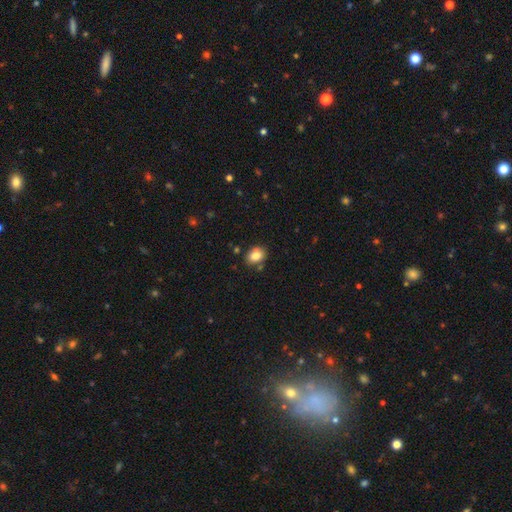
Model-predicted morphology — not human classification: Q: Smooth or featured?
A: smooth (84%); runner-up: star or artifact (9%)
Q: How rounded?
A: in between (67%); runner-up: round (32%)
Q: Merging?
A: none (78%); runner-up: minor disturbance (15%)